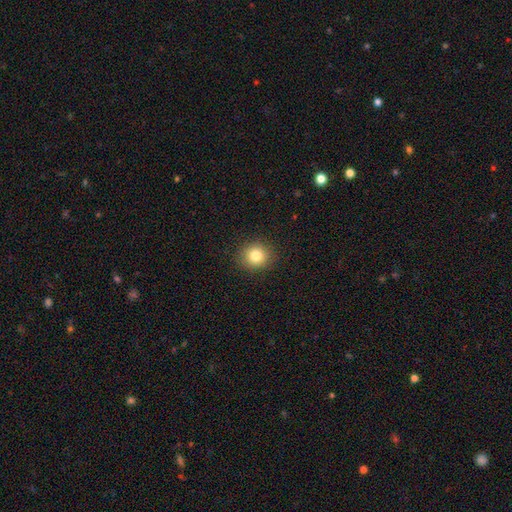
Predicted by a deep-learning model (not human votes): Smooth or featured?
  - smooth: 81% *
  - star or artifact: 11%
  - featured or disk: 7%
How rounded?
  - round: 86% *
  - in between: 13%
  - cigar-shaped: 1%
Merging?
  - none: 91% *
  - minor disturbance: 6%
  - major disturbance: 2%
  - merger: 1%